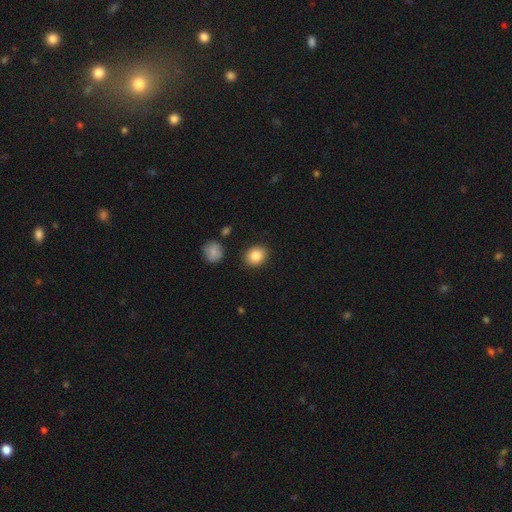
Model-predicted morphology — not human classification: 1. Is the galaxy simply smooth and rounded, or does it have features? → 86% smooth, 9% star or artifact, 6% featured or disk.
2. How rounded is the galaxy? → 60% round, 39% in between, 1% cigar-shaped.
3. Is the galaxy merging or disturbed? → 88% none, 7% minor disturbance, 2% major disturbance, 2% merger.